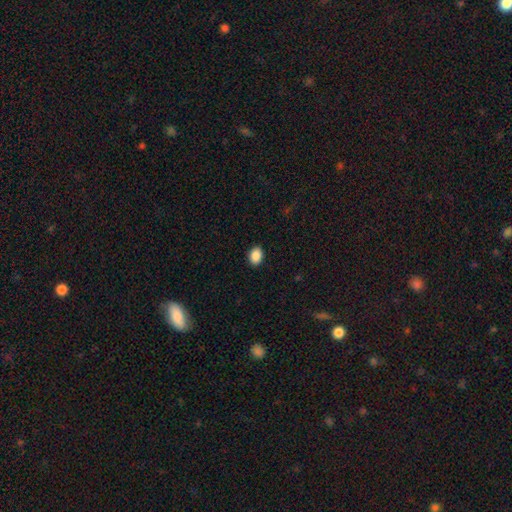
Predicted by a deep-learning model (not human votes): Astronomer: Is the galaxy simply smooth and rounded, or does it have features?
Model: smooth — 89%.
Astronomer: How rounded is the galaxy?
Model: in between — 72%.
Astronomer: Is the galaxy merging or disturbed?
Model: none — 90%.